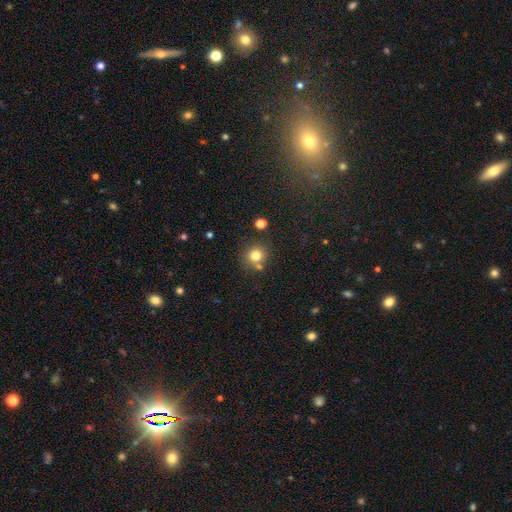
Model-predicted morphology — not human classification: smooth_or_featured: smooth (p=0.79) [alt: star or artifact p=0.13]
how_rounded: round (p=0.89) [alt: in between p=0.10]
merging: none (p=0.73) [alt: merger p=0.13]